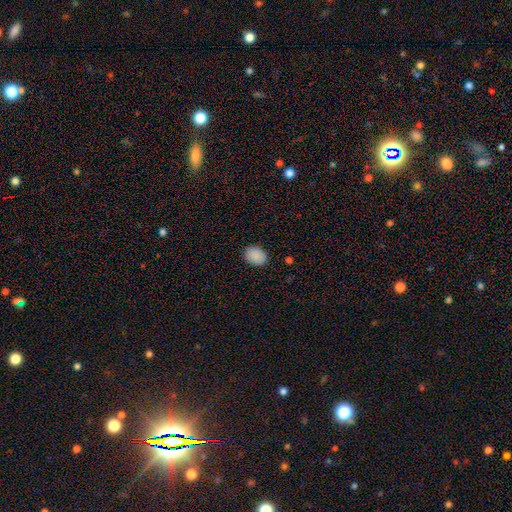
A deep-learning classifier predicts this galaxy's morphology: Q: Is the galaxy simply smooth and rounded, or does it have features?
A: smooth — 89%.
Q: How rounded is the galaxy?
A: in between — 57%.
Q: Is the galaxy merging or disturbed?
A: none — 88%.